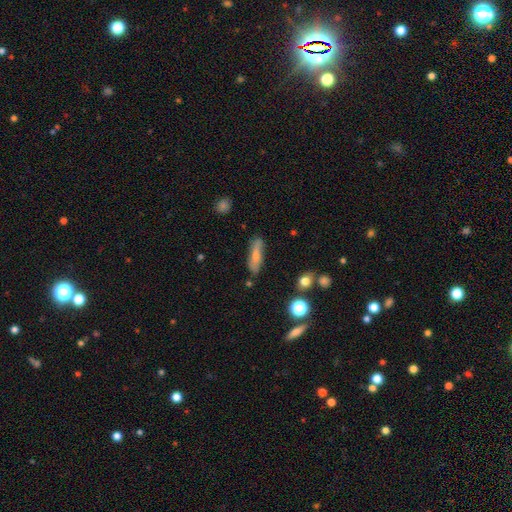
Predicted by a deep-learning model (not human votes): This appears to be a smooth galaxy with no disk features (68%) that is cigar-shaped (57%). Merging: none (71%).